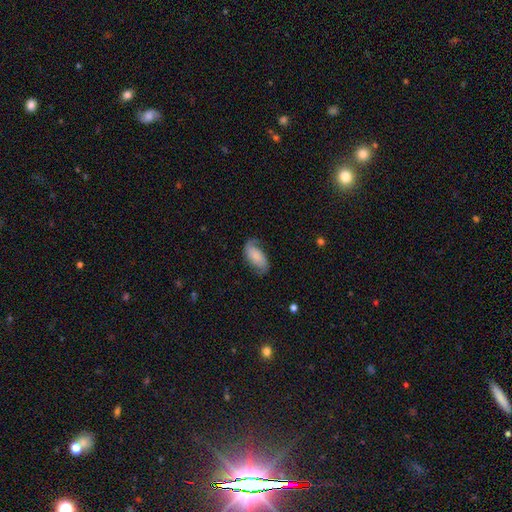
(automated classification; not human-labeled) Smooth or featured? featured or disk (52%)
Edge-on disk? no (95%)
Merging? none (67%)